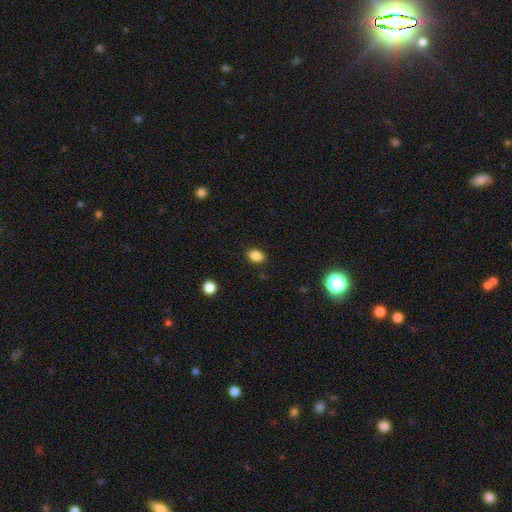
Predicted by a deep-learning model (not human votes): smooth_or_featured: smooth (p=0.86) [alt: star or artifact p=0.10]
how_rounded: in between (p=0.75) [alt: round p=0.23]
merging: none (p=0.88) [alt: minor disturbance p=0.09]